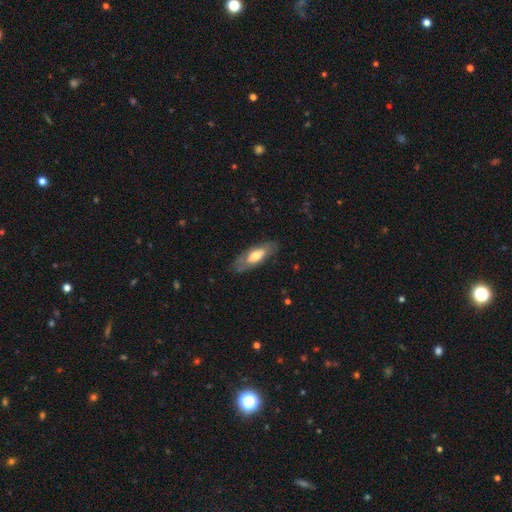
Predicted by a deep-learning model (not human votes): Smooth or featured: smooth — 54% (featured or disk — 40%)
How rounded: in between — 71% (cigar-shaped — 27%)
Merging: none — 76% (minor disturbance — 17%)